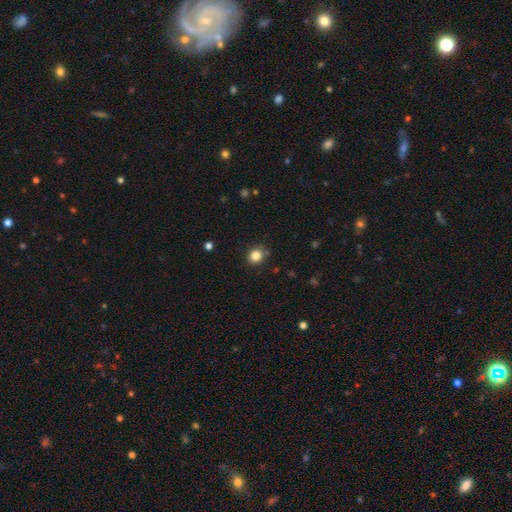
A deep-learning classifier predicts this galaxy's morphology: This is clearly a smooth galaxy (84%). How rounded: clearly round (84%). Merging: clearly none (85%).